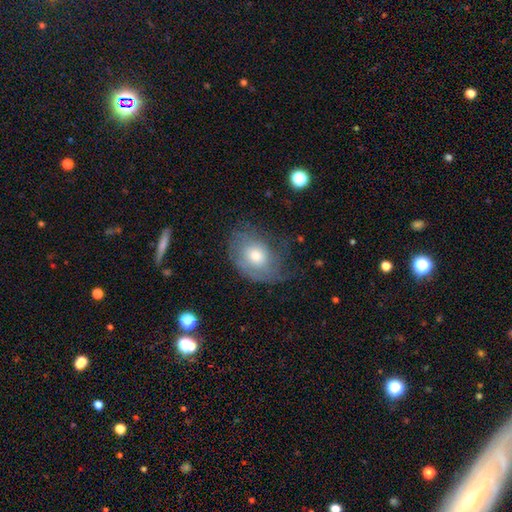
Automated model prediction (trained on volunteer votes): This appears to be a featured or disk galaxy (57%) with no bar (81%), spiral arms (74%) and a moderate central bulge (61%). Merging: none (53%).